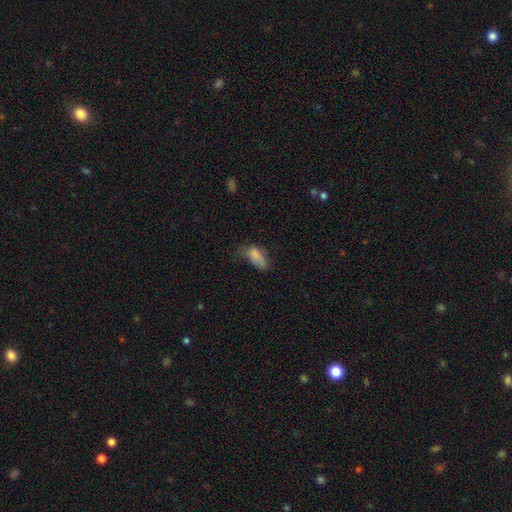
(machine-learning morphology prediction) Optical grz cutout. It shows a smooth galaxy with no disk features (79%) that is in between round and cigar-shaped (87%). Merging: minor disturbance (38%).